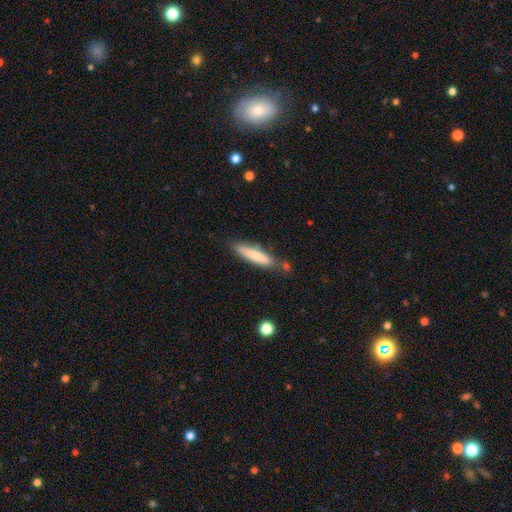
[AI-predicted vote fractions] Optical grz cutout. It shows a smooth galaxy with no disk features (77%) that is cigar-shaped (84%). Merging: none (73%).